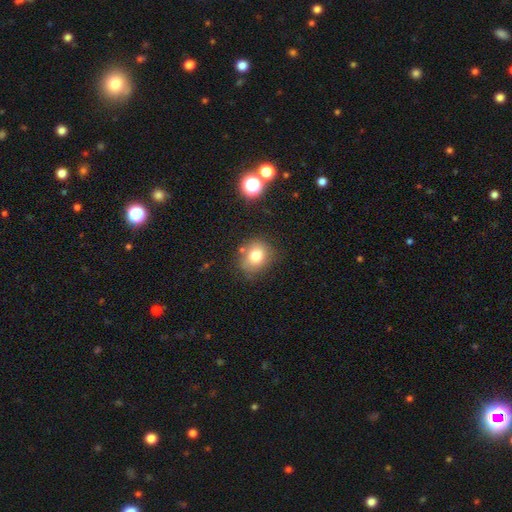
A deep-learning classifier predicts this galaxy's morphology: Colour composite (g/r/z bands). It shows a smooth galaxy with no disk features (78%) that is round (66%). Merging: none (75%).